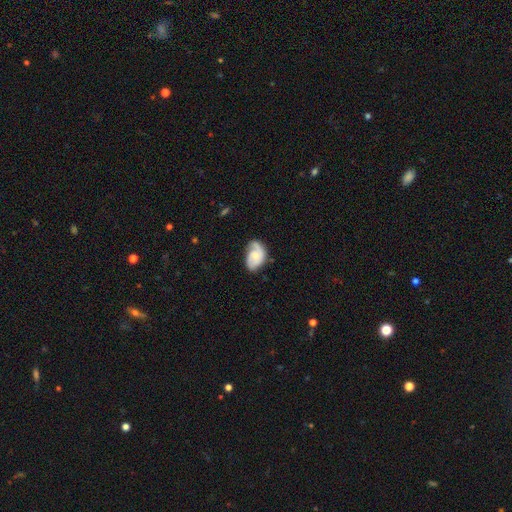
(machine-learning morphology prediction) featured or disk 65%, smooth 29%, star or artifact 6%. Down the decision tree: edge-on disk — no (97%); bar — no (69%); spiral arms — yes (89%); spiral arm count — 2 (53%); spiral winding — medium (39%); bulge size — moderate (47%); merging — none (53%).